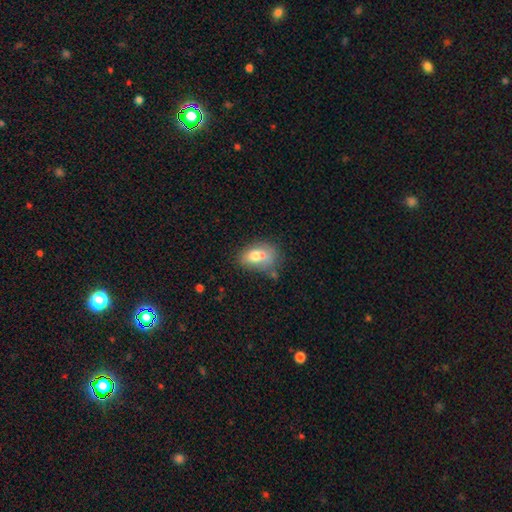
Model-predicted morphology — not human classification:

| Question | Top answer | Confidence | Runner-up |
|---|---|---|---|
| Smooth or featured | smooth | 69% | featured or disk (22%) |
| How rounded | in between | 79% | round (19%) |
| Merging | merger | 37% | none (35%) |